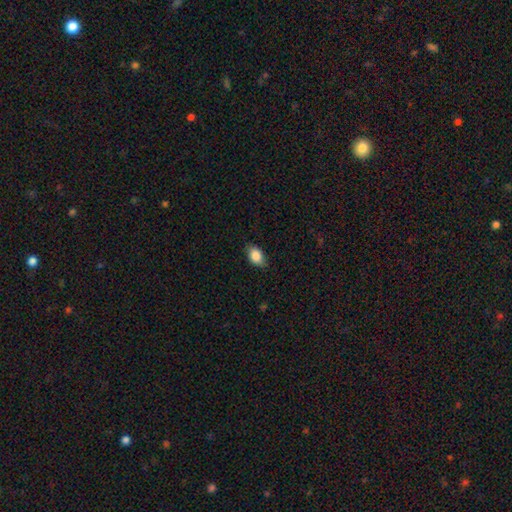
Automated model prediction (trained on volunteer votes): A smooth galaxy with no disk features (87%) that is in between round and cigar-shaped (86%).

Vote fractions:
- Smooth or featured? smooth: 87% / star or artifact: 7% / featured or disk: 6%
- How rounded? in between: 86% / round: 13% / cigar-shaped: 2%
- Merging? none: 82% / minor disturbance: 15% / major disturbance: 3% / merger: 1%